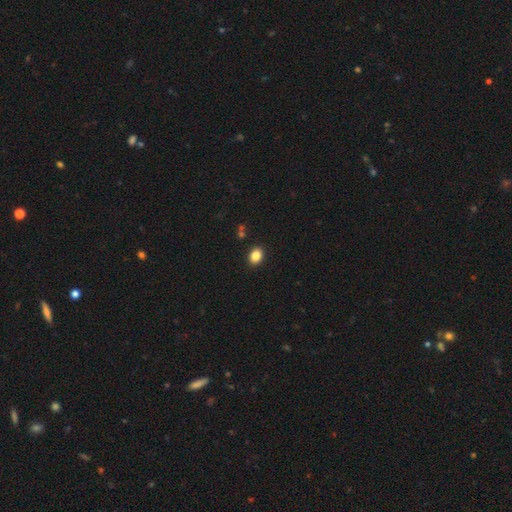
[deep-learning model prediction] A smooth galaxy with no disk features (85%) that is in between round and cigar-shaped (64%). Merging: none (89%).